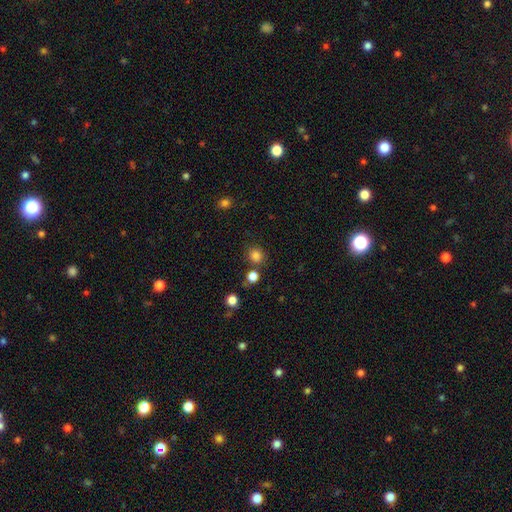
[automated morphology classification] Smooth or featured? smooth (82%)
How rounded? round (85%)
Merging? none (80%)